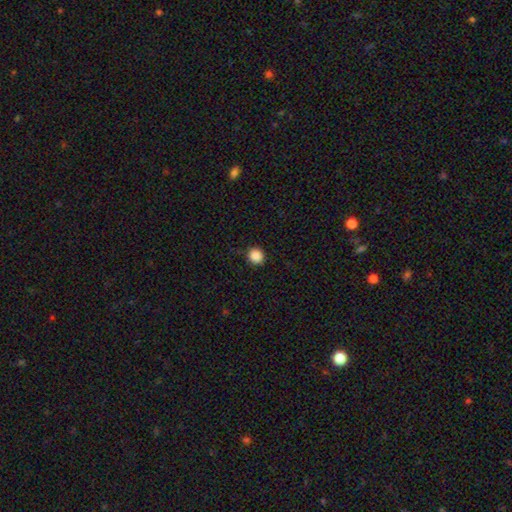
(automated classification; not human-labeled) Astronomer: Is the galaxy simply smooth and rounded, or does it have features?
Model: smooth — 88%.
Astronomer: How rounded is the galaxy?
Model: round — 90%.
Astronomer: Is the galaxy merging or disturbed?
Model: none — 89%.